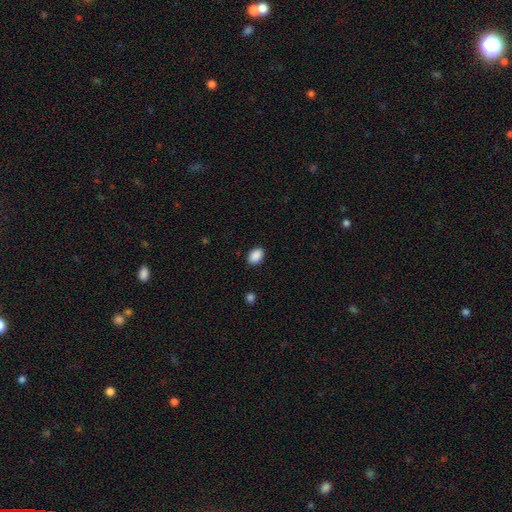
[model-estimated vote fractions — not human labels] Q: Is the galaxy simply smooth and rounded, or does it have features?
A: smooth — 90%.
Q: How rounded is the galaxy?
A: in between — 79%.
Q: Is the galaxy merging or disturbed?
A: none — 88%.